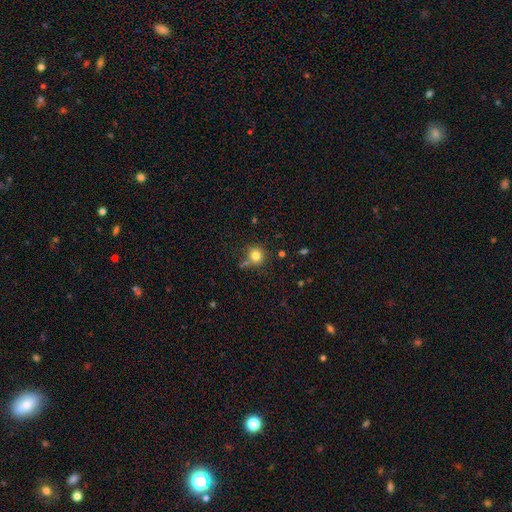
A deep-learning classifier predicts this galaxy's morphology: Smooth or featured: smooth — 80% (star or artifact — 12%)
How rounded: round — 89% (in between — 10%)
Merging: none — 73% (minor disturbance — 13%)